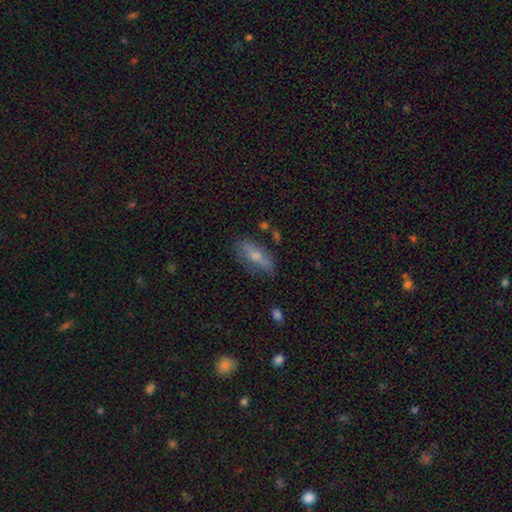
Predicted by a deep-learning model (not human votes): Smooth or featured?
  - smooth: 58% *
  - featured or disk: 33%
  - star or artifact: 8%
How rounded?
  - in between: 67% *
  - cigar-shaped: 29%
  - round: 4%
Merging?
  - none: 65% *
  - minor disturbance: 24%
  - major disturbance: 8%
  - merger: 4%